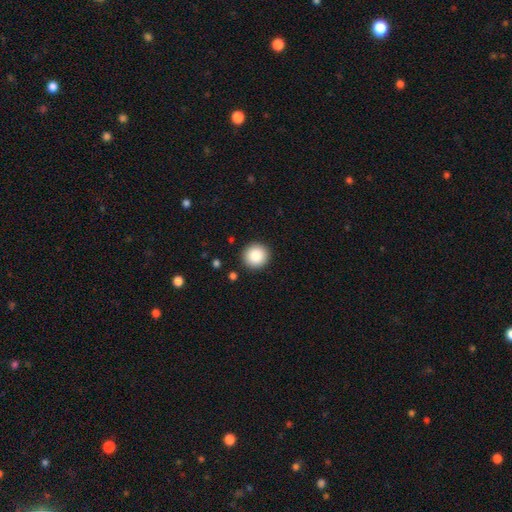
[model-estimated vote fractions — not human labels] This is clearly a smooth galaxy (88%). How rounded: clearly round (94%). Merging: clearly none (92%).